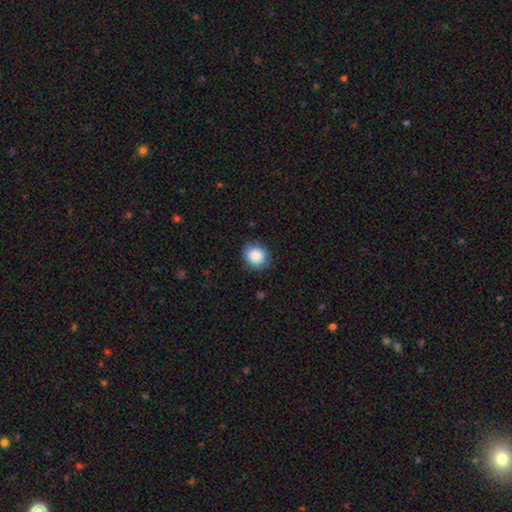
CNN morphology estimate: This appears to be a smooth galaxy with no disk features (88%) that is round (77%). Merging: none (84%).